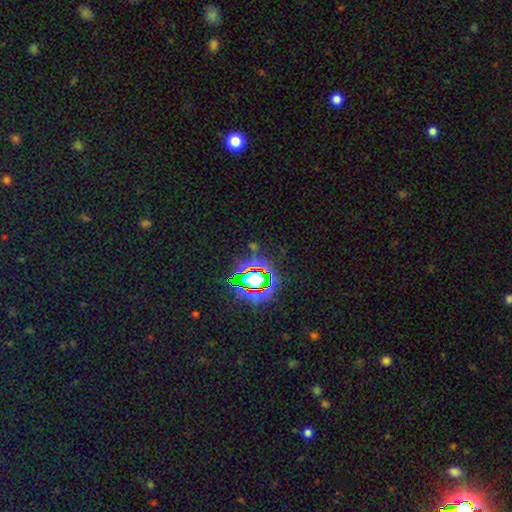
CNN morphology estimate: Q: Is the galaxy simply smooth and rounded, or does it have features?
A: star or artifact — 78%.